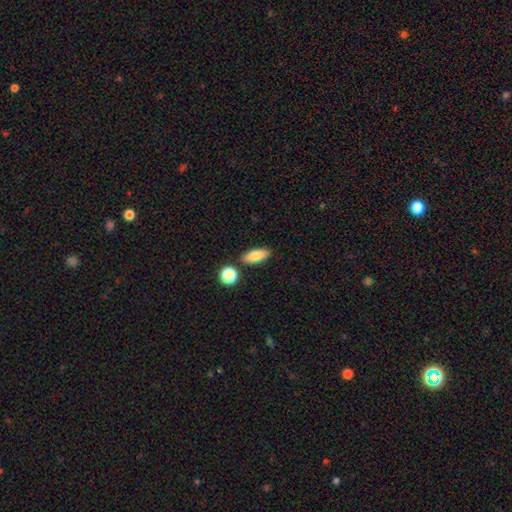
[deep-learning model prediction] Smooth or featured: smooth — 82% (featured or disk — 10%)
How rounded: in between — 75% (cigar-shaped — 20%)
Merging: none — 82% (minor disturbance — 10%)